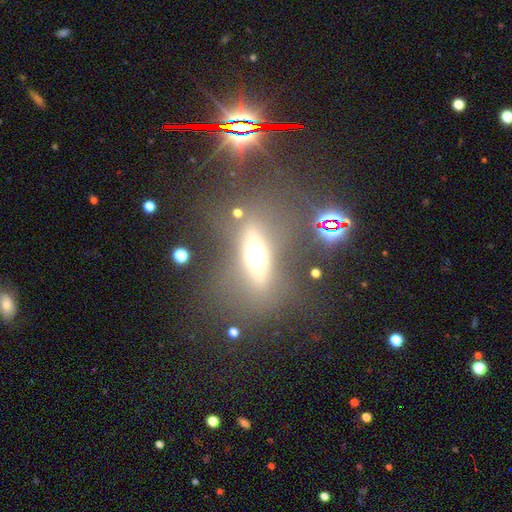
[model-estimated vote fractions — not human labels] smooth_or_featured: smooth (p=0.46) [alt: featured or disk p=0.34]
merging: none (p=0.70) [alt: minor disturbance p=0.13]